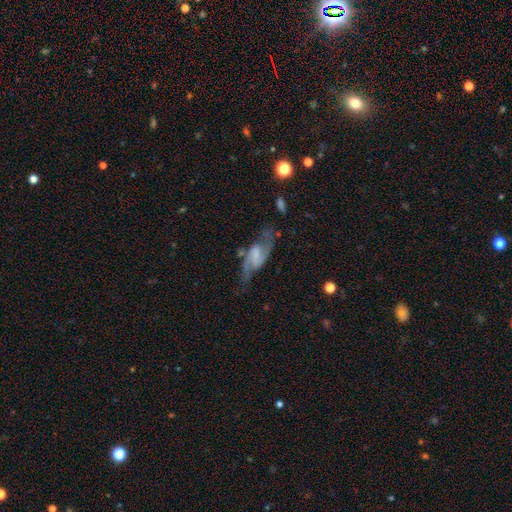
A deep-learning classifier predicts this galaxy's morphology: Smooth or featured: featured or disk — 79% (smooth — 14%)
Edge-on disk: no — 94% (yes — 6%)
Bar: weak — 48% (no — 26%)
Spiral arms: yes — 94% (no — 6%)
Spiral winding: loose — 49% (medium — 41%)
Spiral arm count: 2 — 91% (can't tell — 4%)
Bulge size: none — 44% (small — 27%)
Merging: none — 63% (minor disturbance — 20%)